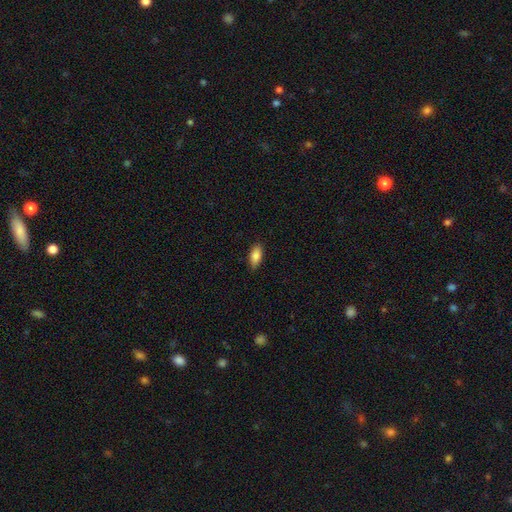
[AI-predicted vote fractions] smooth_or_featured: smooth (p=0.85) [alt: featured or disk p=0.08]
how_rounded: in between (p=0.88) [alt: cigar-shaped p=0.10]
merging: none (p=0.86) [alt: minor disturbance p=0.11]